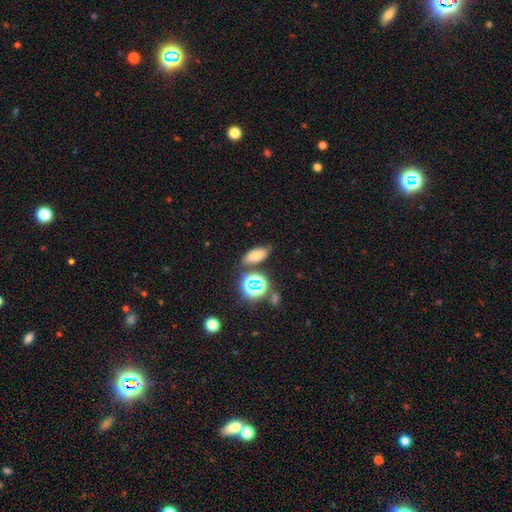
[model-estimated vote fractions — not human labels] smooth-or-featured: smooth: 66% | star or artifact: 22% | featured or disk: 12%
  how-rounded: in between: 80% | round: 12% | cigar-shaped: 8%
  merging: none: 73% | minor disturbance: 14% | merger: 9% | major disturbance: 4%